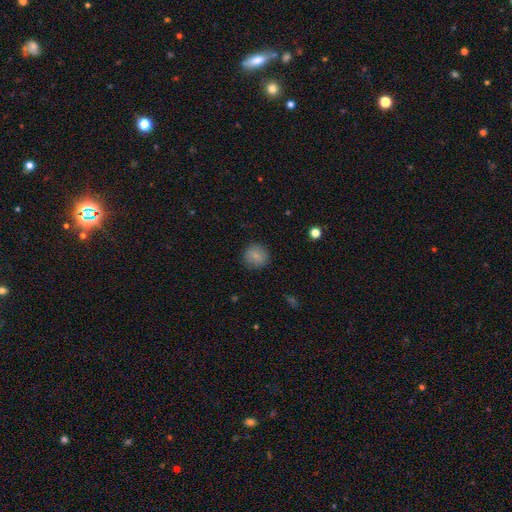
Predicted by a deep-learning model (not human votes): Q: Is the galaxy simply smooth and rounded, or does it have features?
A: smooth — 83%.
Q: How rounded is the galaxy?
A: round — 90%.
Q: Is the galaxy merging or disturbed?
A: none — 87%.